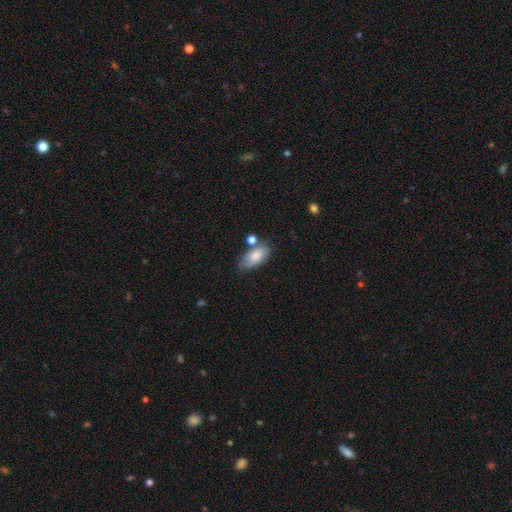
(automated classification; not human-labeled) smooth 75%, featured or disk 17%, star or artifact 8%. Down the decision tree: how rounded — in between (90%); merging — none (55%).